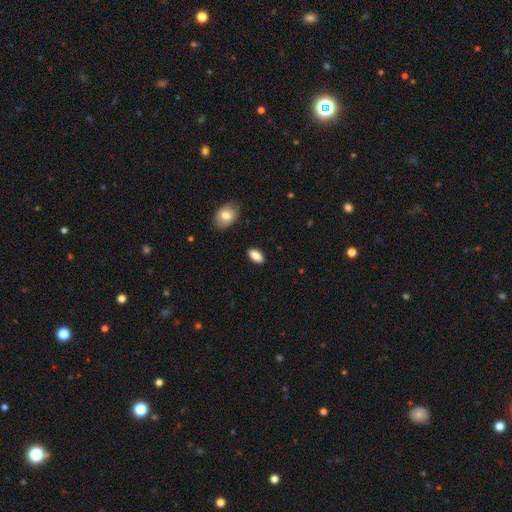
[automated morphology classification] type=smooth (84%); roundness=in between (89%); merging=none (88%).